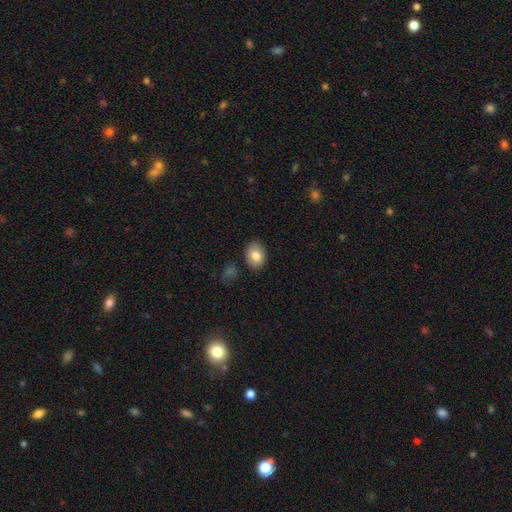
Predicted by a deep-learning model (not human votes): Smooth or featured: smooth — 83% (featured or disk — 10%)
How rounded: in between — 66% (round — 33%)
Merging: none — 86% (minor disturbance — 9%)